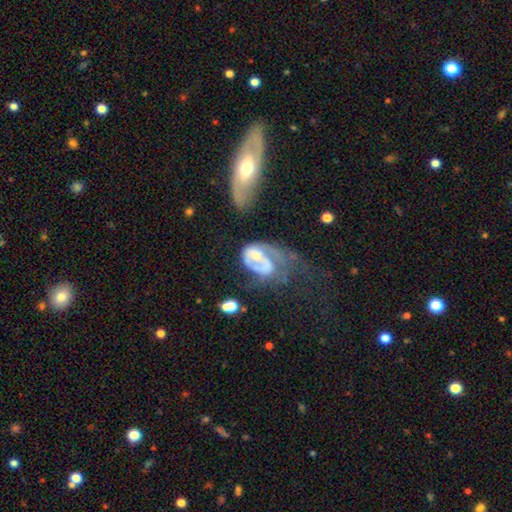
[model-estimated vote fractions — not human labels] smooth_or_featured: featured or disk (p=0.71) [alt: smooth p=0.22]
disk_edge_on: no (p=0.97) [alt: yes p=0.03]
bar: no (p=0.62) [alt: weak p=0.30]
has_spiral_arms: yes (p=0.70) [alt: no p=0.30]
bulge_size: small (p=0.46) [alt: moderate p=0.41]
merging: major disturbance (p=0.52) [alt: none p=0.19]